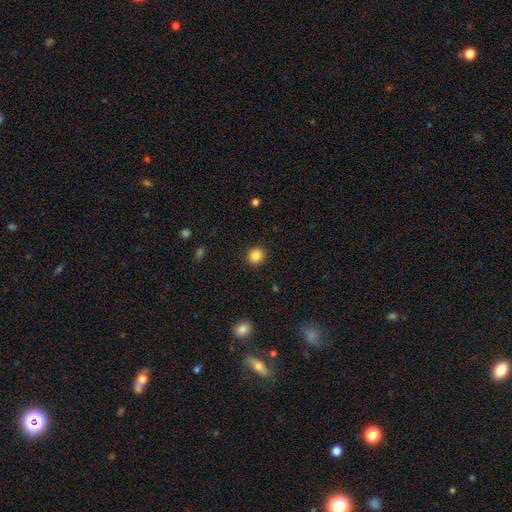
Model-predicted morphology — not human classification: Smooth or featured? smooth (86%)
How rounded? round (85%)
Merging? none (91%)